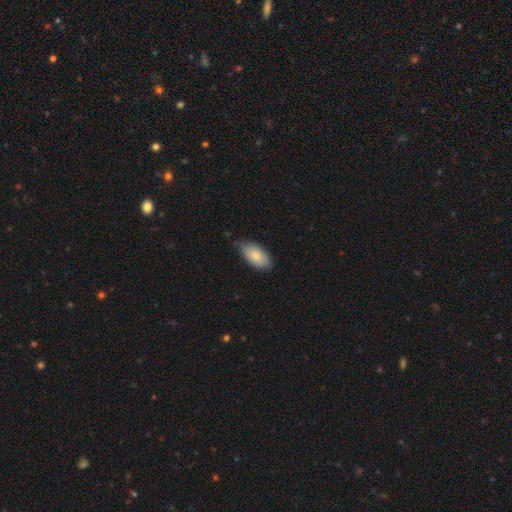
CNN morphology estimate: Overall: smooth (80%). How rounded: in between (93%). Merging: none (60%; minor disturbance 34%).